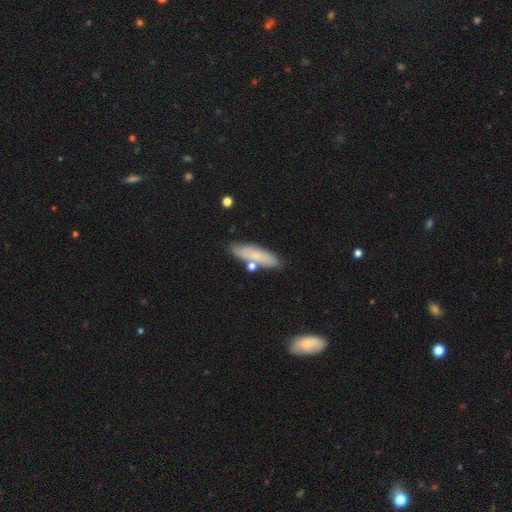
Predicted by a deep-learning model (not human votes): smooth 70%, featured or disk 22%, star or artifact 7%. Down the decision tree: how rounded — cigar-shaped (59%); merging — none (77%).